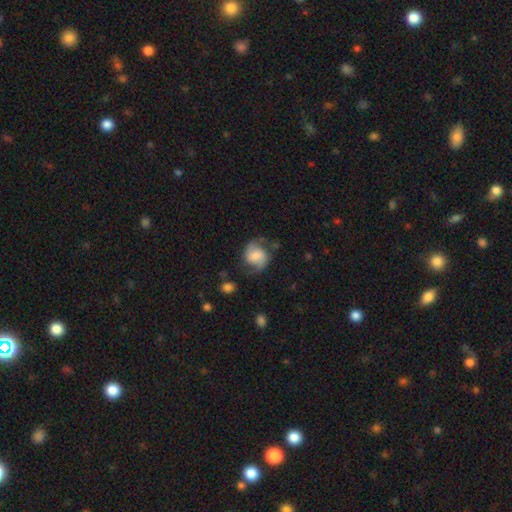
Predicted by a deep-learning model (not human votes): Smooth or featured: featured or disk — 56% (smooth — 37%)
Edge-on disk: no — 97% (yes — 3%)
Bar: no — 46% (weak — 40%)
Spiral arms: yes — 88% (no — 12%)
Bulge size: moderate — 40% (small — 30%)
Merging: none — 62% (minor disturbance — 22%)